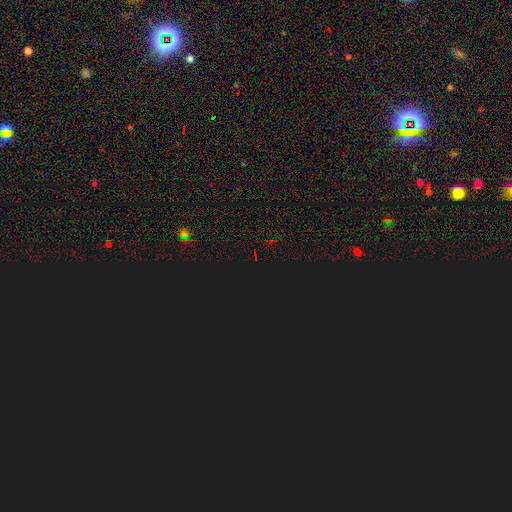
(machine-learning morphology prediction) A star or artifact, not a galaxy (83%).